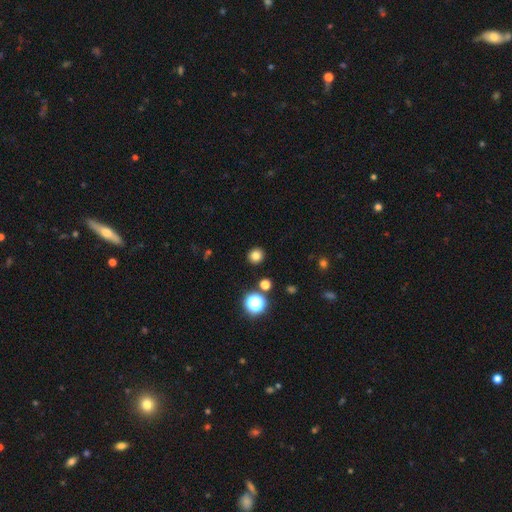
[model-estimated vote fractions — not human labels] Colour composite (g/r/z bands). It shows a smooth galaxy with no disk features (79%) that is round (92%). Merging: none (91%).